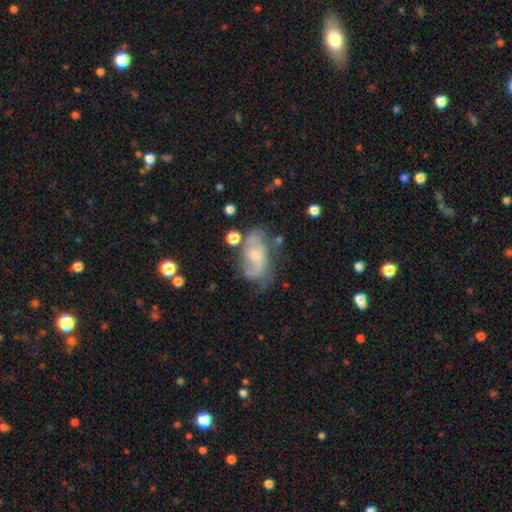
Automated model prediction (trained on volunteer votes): Morphology: type=featured or disk (64%); edge-on=no (94%); bar=no (68%); spiral arms=yes (80%); bulge=small (54%); merging=none (51%).